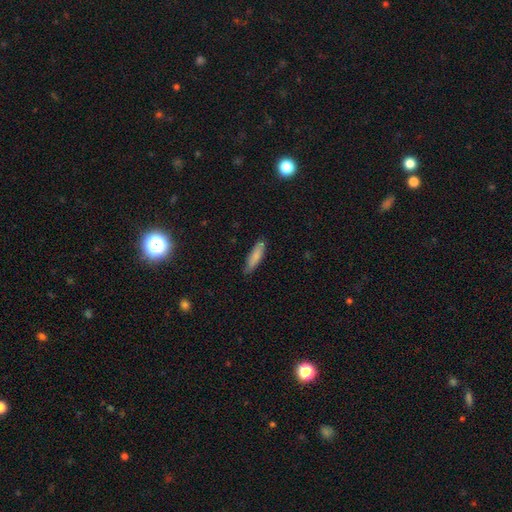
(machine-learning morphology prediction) Smooth or featured?
  - smooth: 81% *
  - featured or disk: 13%
  - star or artifact: 6%
How rounded?
  - cigar-shaped: 68% *
  - in between: 31%
  - round: 1%
Merging?
  - none: 81% *
  - minor disturbance: 15%
  - major disturbance: 2%
  - merger: 1%